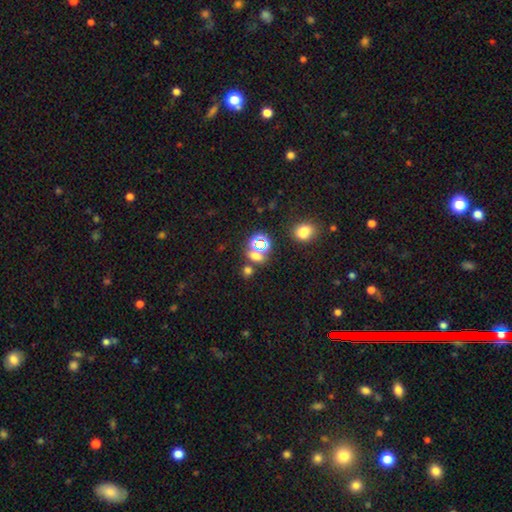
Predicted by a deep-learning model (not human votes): The model was most divided on "smooth or featured": smooth: 47%, star or artifact: 45%, featured or disk: 9%. More confident: merging — none (64%).